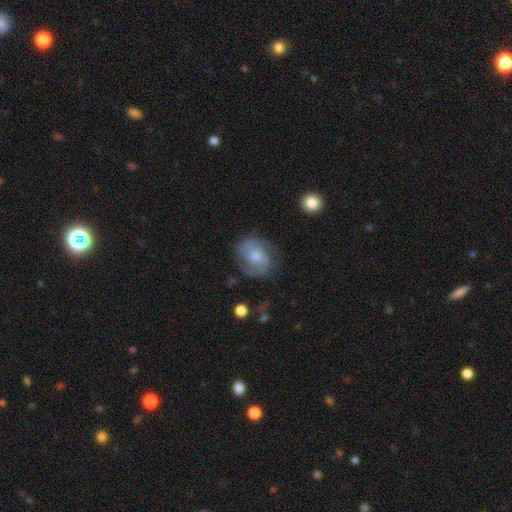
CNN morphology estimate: Smooth or featured? Predicted: featured or disk (p=0.62). Edge-on disk? Predicted: no (p=0.97). Bar? Predicted: no (p=0.63). Spiral arms? Predicted: yes (p=0.84). Spiral winding? Predicted: medium (p=0.43). Spiral arm count? Predicted: 2 (p=0.56). Bulge size? Predicted: moderate (p=0.51). Merging? Predicted: none (p=0.64).